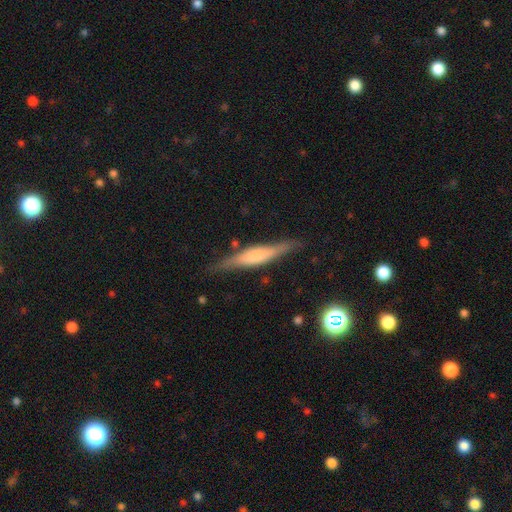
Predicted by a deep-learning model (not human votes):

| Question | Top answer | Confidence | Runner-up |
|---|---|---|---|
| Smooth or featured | featured or disk | 54% | smooth (40%) |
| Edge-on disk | yes | 93% | no (7%) |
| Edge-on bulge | rounded | 50% | boxy (32%) |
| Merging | none | 80% | minor disturbance (14%) |